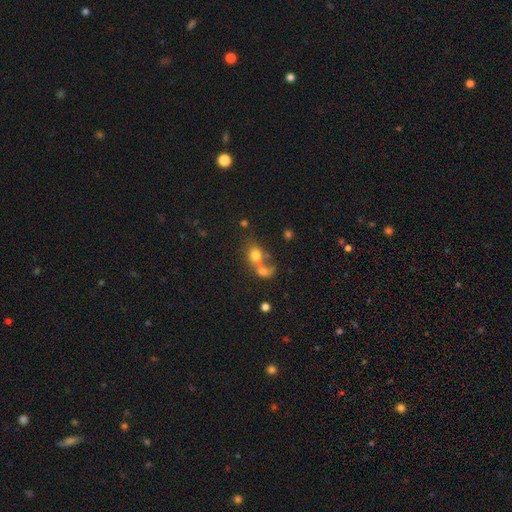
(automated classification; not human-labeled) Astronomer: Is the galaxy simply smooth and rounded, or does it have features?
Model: smooth — 70%.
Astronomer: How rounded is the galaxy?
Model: round — 56% (runner-up: in between, 42%).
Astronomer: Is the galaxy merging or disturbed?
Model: merger — 59%.